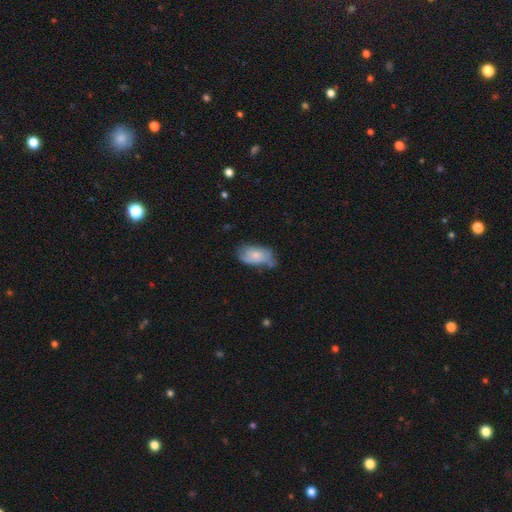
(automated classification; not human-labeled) smooth 64%, featured or disk 29%, star or artifact 7%. Down the decision tree: how rounded — in between (93%); merging — none (45%).